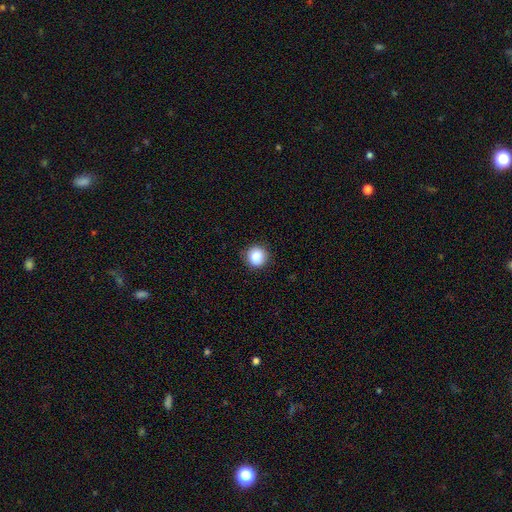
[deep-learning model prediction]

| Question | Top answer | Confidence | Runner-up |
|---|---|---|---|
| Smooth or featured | smooth | 85% | star or artifact (9%) |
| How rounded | round | 91% | in between (8%) |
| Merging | none | 88% | minor disturbance (8%) |